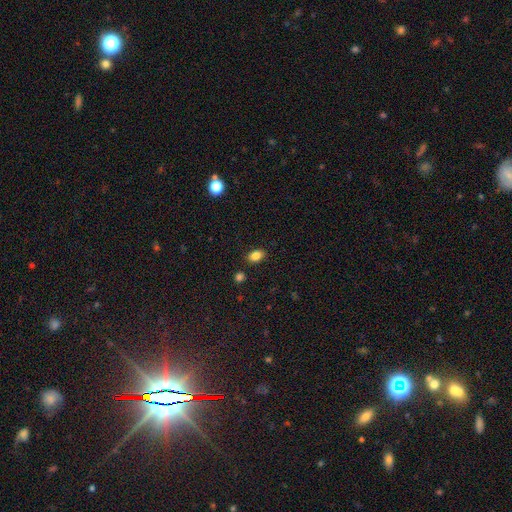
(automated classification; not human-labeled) This is clearly a smooth galaxy (85%). How rounded: clearly in between (84%). Merging: clearly none (85%).